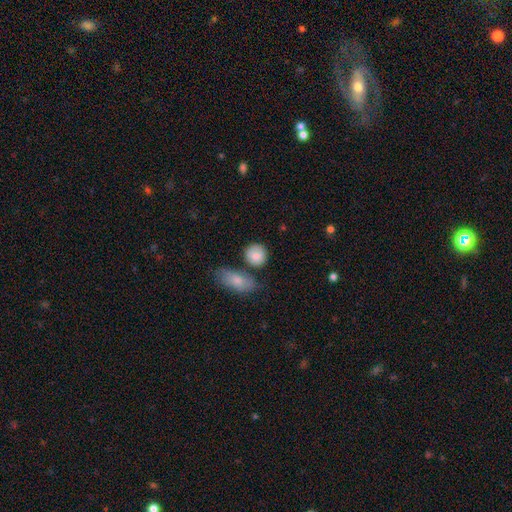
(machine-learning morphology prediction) smooth 85%, featured or disk 8%, star or artifact 7%. Down the decision tree: how rounded — round (81%); merging — none (67%).